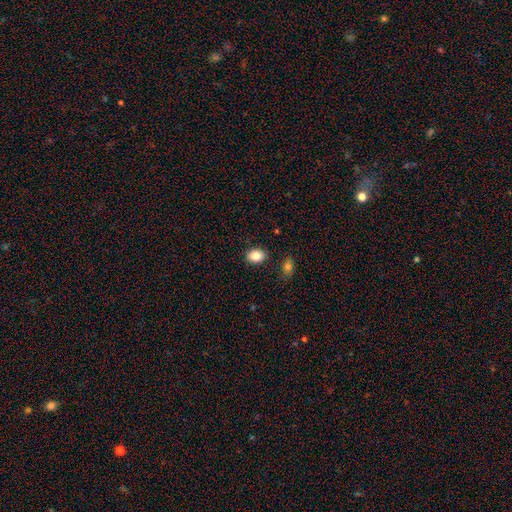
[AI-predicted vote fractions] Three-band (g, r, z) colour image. It shows a smooth galaxy with no disk features (84%) that is in between round and cigar-shaped (70%). Merging: none (86%).